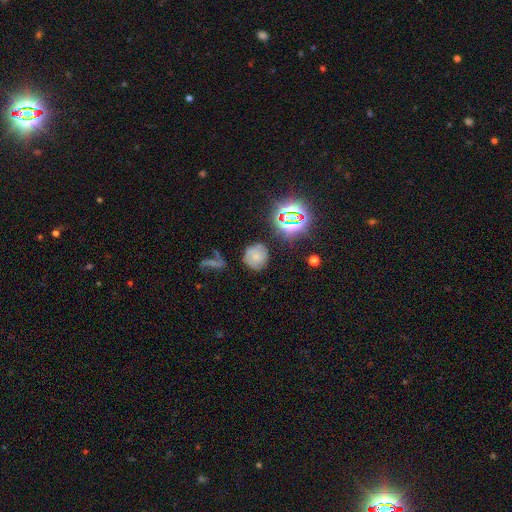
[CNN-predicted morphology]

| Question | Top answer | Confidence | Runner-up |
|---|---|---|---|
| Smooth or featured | smooth | 47% | featured or disk (34%) |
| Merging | none | 71% | minor disturbance (17%) |